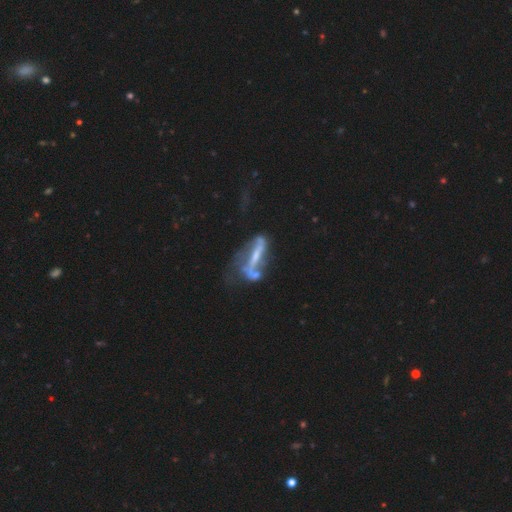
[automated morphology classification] A featured or disk galaxy (74%) with a strong bar (51%), spiral arms (64%) and a small central bulge (48%).

Vote fractions:
- Smooth or featured? featured or disk: 74% / smooth: 18% / star or artifact: 8%
- Edge-on disk? no: 72% / yes: 28%
- Bar? strong: 51% / weak: 25% / no: 24%
- Spiral arms? yes: 64% / no: 36%
- Bulge size? small: 48% / moderate: 28% / none: 19% / large: 3% / dominant: 2%
- Merging? major disturbance: 29% (tied) / none: 29% (tied) / merger: 22% / minor disturbance: 19%